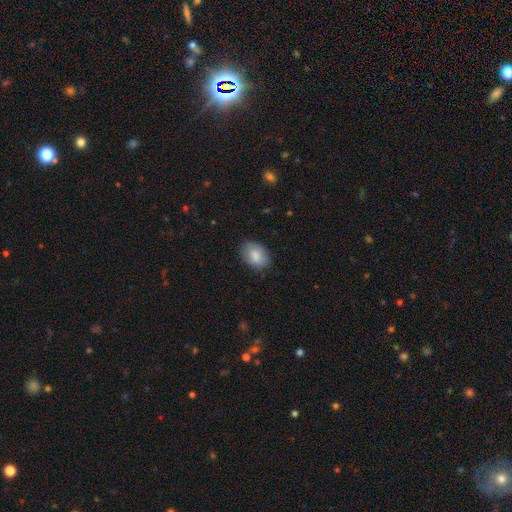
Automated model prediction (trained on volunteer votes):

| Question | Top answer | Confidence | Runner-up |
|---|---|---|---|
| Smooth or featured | smooth | 85% | featured or disk (9%) |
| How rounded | in between | 83% | round (16%) |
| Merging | none | 82% | minor disturbance (14%) |